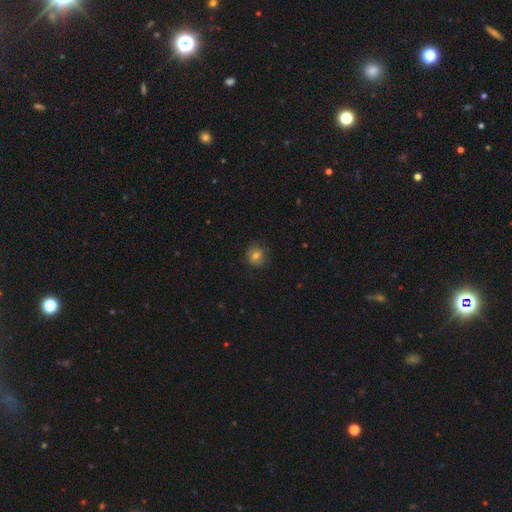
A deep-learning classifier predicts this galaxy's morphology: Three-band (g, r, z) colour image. It shows a smooth galaxy with no disk features (76%) that is round (86%). Merging: none (82%).